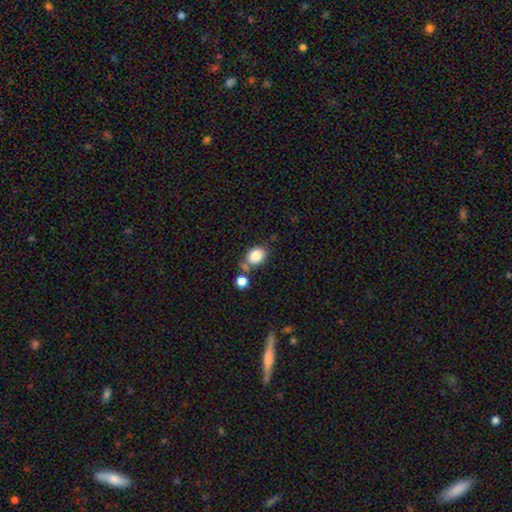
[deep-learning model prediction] smooth-or-featured: smooth: 84% | star or artifact: 9% | featured or disk: 7%
  how-rounded: in between: 62% | round: 37% | cigar-shaped: 1%
  merging: none: 57% | merger: 22% | minor disturbance: 16% | major disturbance: 5%